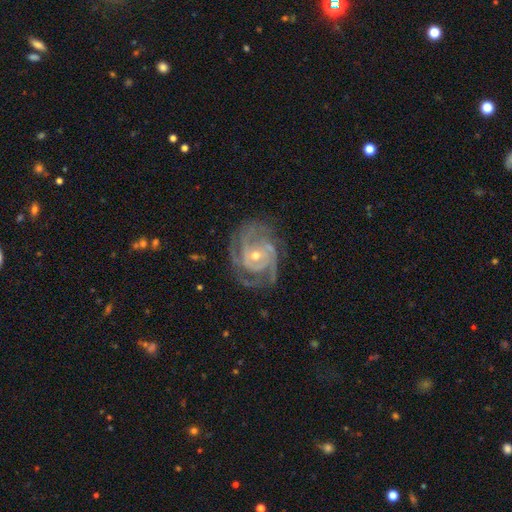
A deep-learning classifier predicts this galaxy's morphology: A featured or disk galaxy (91%) with no bar (62%), 3 (38%) tight (63%) spiral arms (98%) and a small central bulge (53%). Merging: none (71%).